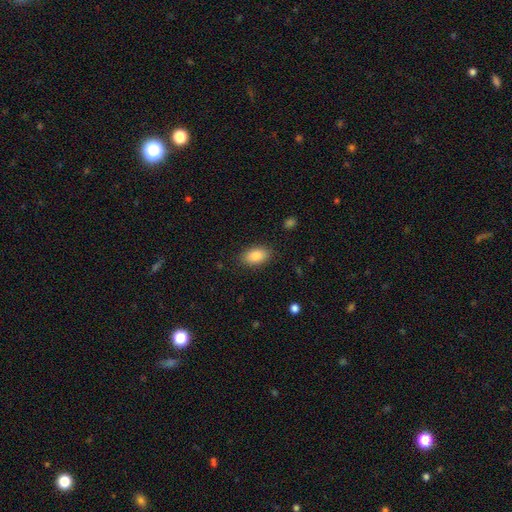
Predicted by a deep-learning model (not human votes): Q: Smooth or featured?
A: smooth (85%); runner-up: star or artifact (7%)
Q: How rounded?
A: in between (91%); runner-up: round (7%)
Q: Merging?
A: none (87%); runner-up: minor disturbance (10%)